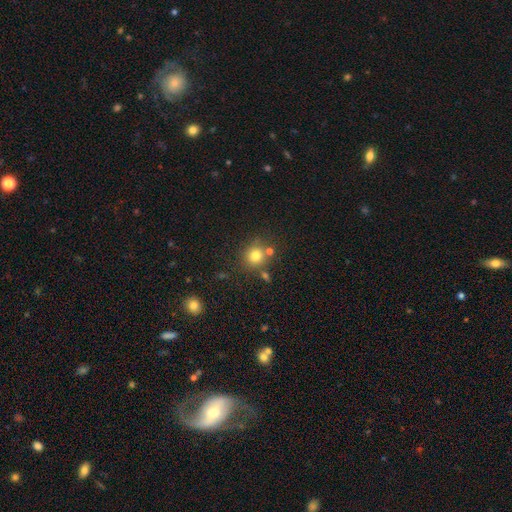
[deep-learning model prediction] Smooth or featured: smooth — 78% (star or artifact — 14%)
How rounded: round — 87% (in between — 12%)
Merging: none — 72% (merger — 14%)